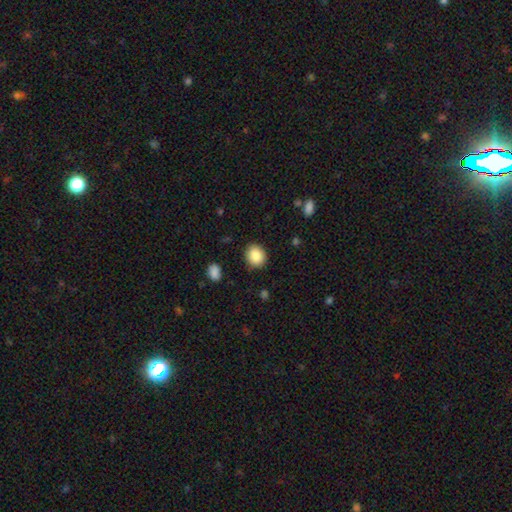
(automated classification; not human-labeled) The model was most divided on "how rounded": round: 68%, in between: 31%, cigar-shaped: 1%. More confident: smooth or featured — smooth (88%); merging — none (87%).